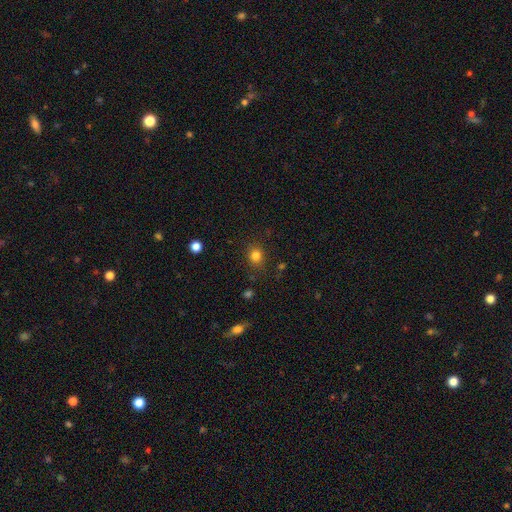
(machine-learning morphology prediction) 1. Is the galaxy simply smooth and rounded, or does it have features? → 82% smooth, 13% star or artifact, 5% featured or disk.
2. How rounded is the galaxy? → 71% round, 28% in between, 1% cigar-shaped.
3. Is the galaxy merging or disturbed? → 84% none, 11% minor disturbance, 4% major disturbance, 2% merger.